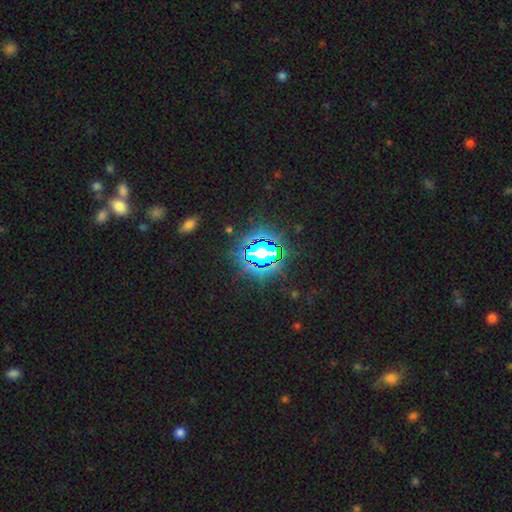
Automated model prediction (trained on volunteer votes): Smooth or featured?
  - star or artifact: 74% *
  - smooth: 15%
  - featured or disk: 11%